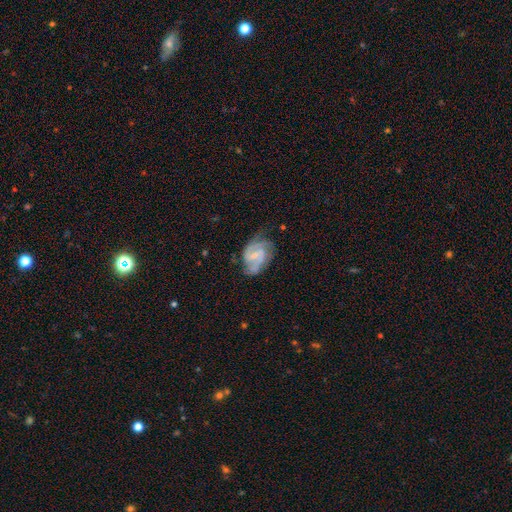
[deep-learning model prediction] The model was most divided on "spiral winding": medium: 48%, tight: 36%, loose: 16%. More confident: edge-on disk — no (98%); spiral arms — yes (94%); smooth or featured — featured or disk (81%); spiral arm count — 2 (64%); merging — none (57%); bulge size — small (56%); bar — weak (54%).